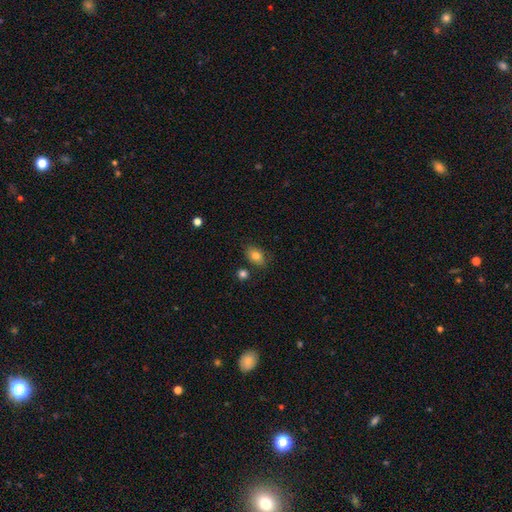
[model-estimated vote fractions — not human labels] smooth 79%, featured or disk 12%, star or artifact 10%. Down the decision tree: how rounded — in between (80%); merging — none (77%).